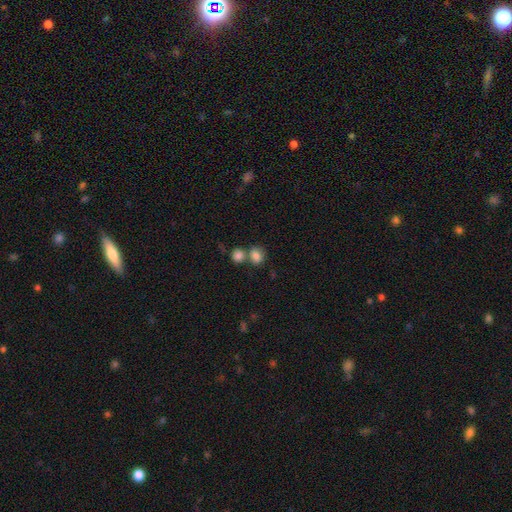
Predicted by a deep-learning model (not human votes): Smooth or featured: smooth — 83% (star or artifact — 10%)
How rounded: round — 56% (in between — 42%)
Merging: merger — 45% (none — 41%)